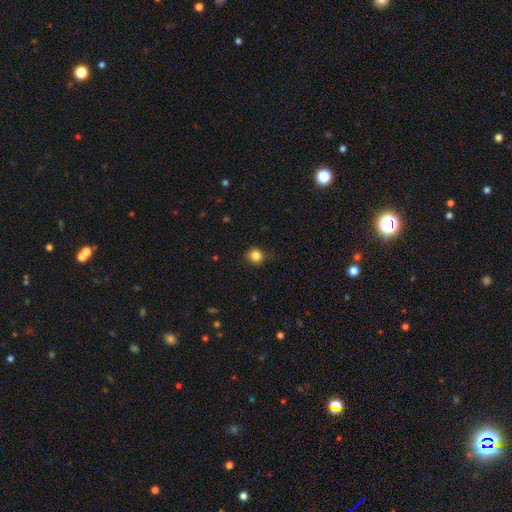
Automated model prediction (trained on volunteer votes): Smooth or featured?
  - smooth: 84% *
  - star or artifact: 12%
  - featured or disk: 4%
How rounded?
  - round: 89% *
  - in between: 10%
  - cigar-shaped: 1%
Merging?
  - none: 88% *
  - minor disturbance: 9%
  - major disturbance: 2%
  - merger: 1%